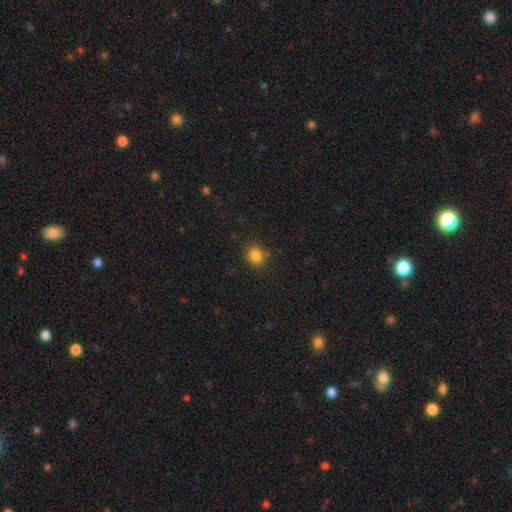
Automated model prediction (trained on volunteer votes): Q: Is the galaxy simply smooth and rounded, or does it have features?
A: smooth — 83%.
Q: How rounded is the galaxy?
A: round — 75%.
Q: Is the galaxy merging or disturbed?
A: none — 80%.